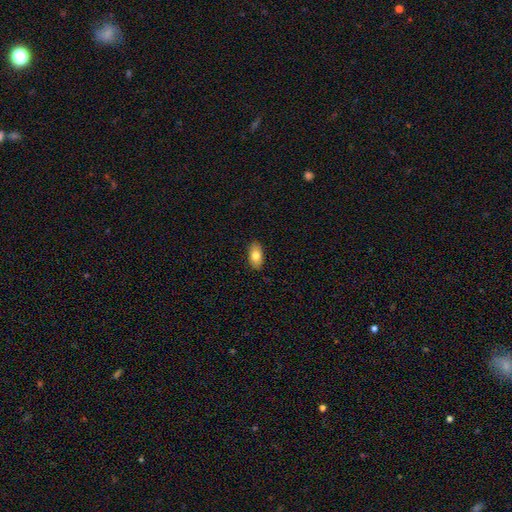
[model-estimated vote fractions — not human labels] Smooth or featured: smooth — 79% (featured or disk — 14%)
How rounded: in between — 93% (round — 4%)
Merging: none — 89% (minor disturbance — 9%)